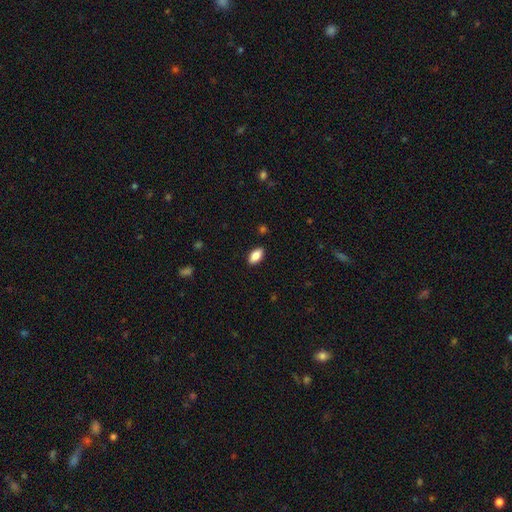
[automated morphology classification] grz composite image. It shows a smooth galaxy with no disk features (86%) that is in between round and cigar-shaped (91%). Merging: none (89%).